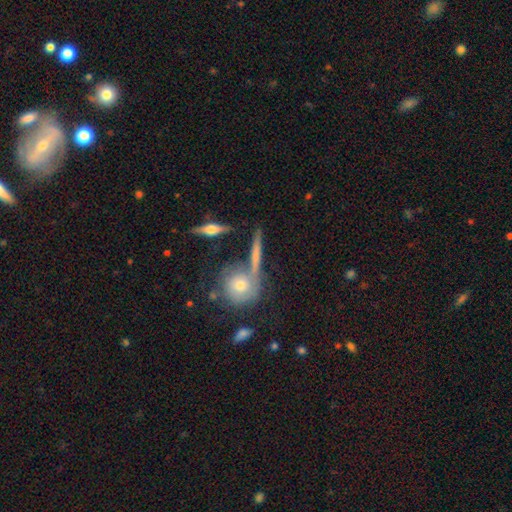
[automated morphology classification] smooth 49%, featured or disk 41%, star or artifact 11%. Down the decision tree: merging — none (66%).